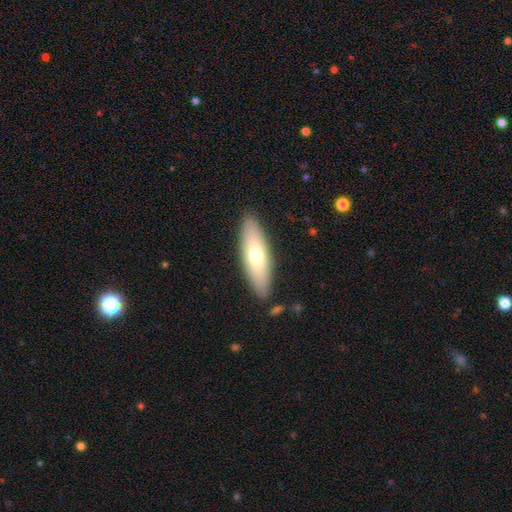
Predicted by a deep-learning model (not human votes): The model was most divided on "how rounded" (2-way tie): cigar-shaped: 49%, in between: 49%, round: 2%. More confident: merging — none (87%); smooth or featured — smooth (67%).